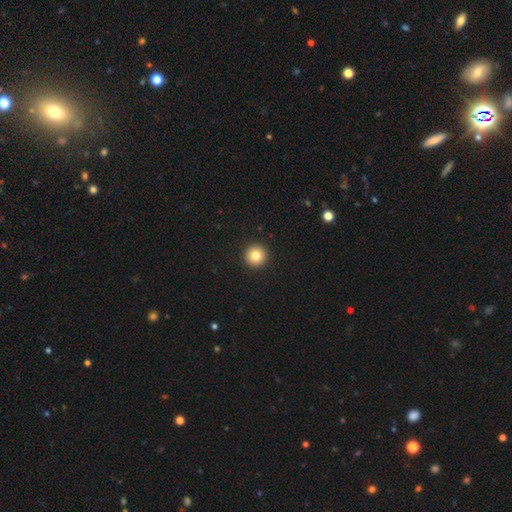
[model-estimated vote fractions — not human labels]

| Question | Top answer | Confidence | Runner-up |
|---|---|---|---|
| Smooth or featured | smooth | 82% | star or artifact (10%) |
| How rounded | round | 96% | in between (3%) |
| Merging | none | 94% | minor disturbance (4%) |